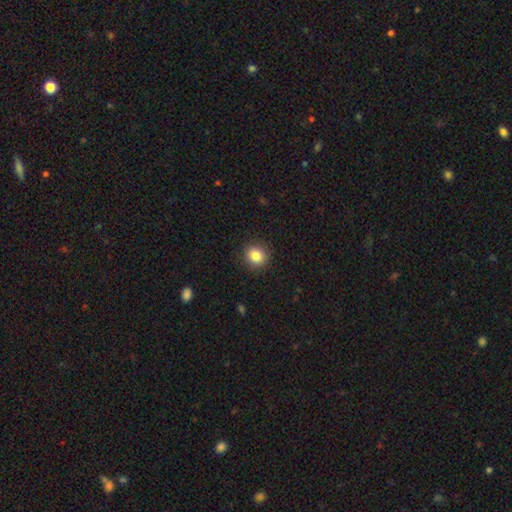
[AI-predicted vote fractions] smooth 84%, star or artifact 10%, featured or disk 6%. Down the decision tree: how rounded — round (84%); merging — none (90%).